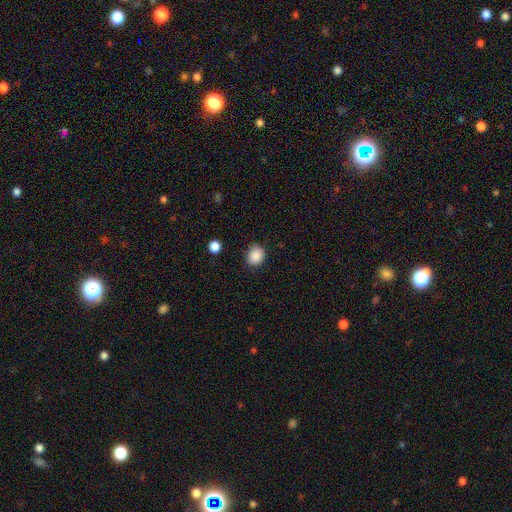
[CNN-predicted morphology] Q: Smooth or featured?
A: smooth (88%); runner-up: star or artifact (9%)
Q: How rounded?
A: round (62%); runner-up: in between (37%)
Q: Merging?
A: none (81%); runner-up: minor disturbance (14%)